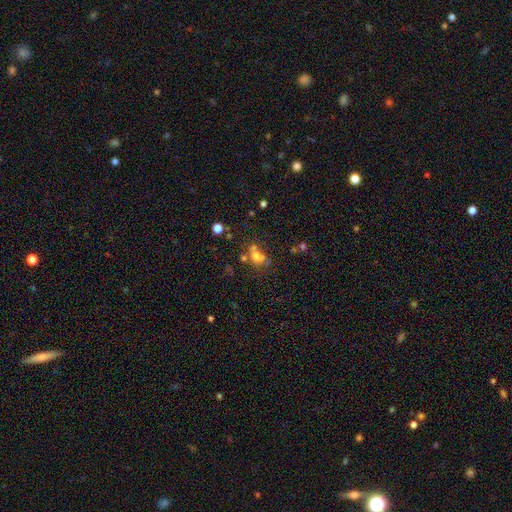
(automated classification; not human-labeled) Q: Smooth or featured?
A: smooth (56%); runner-up: star or artifact (23%)
Q: How rounded?
A: round (51%); runner-up: in between (46%)
Q: Merging?
A: merger (43%); runner-up: none (35%)